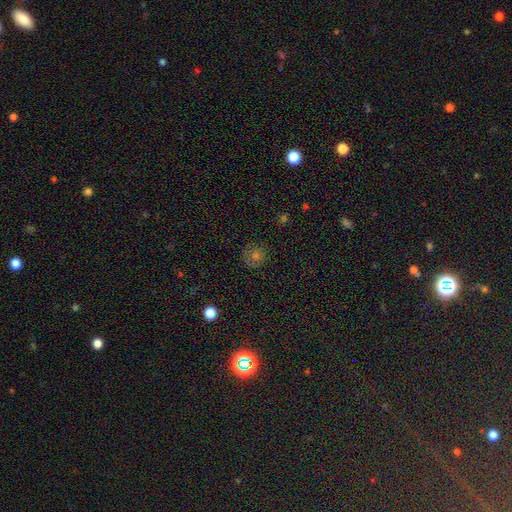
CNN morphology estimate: smooth 60%, star or artifact 26%, featured or disk 13%. Down the decision tree: how rounded — round (91%); merging — none (82%).